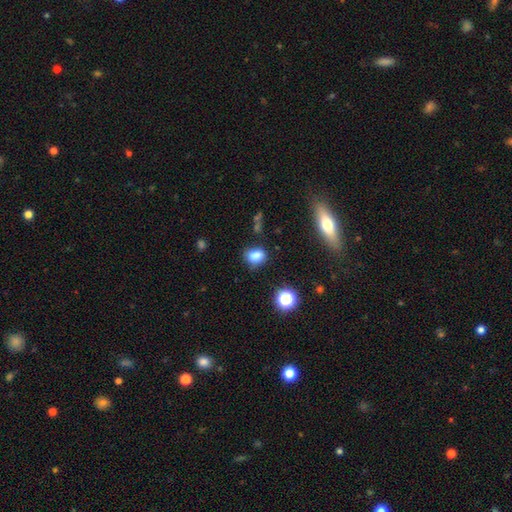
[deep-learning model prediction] Overall: smooth (81%). How rounded: in between (65%; round 34%). Merging: none (70%).